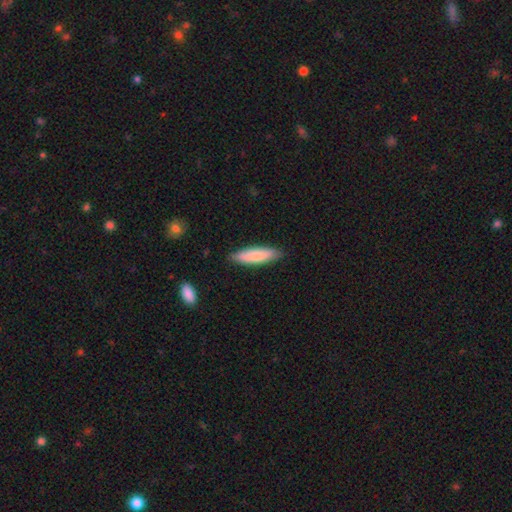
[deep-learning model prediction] The model was most divided on "how rounded": cigar-shaped: 68%, in between: 31%, round: 1%. More confident: merging — none (86%); smooth or featured — smooth (77%).